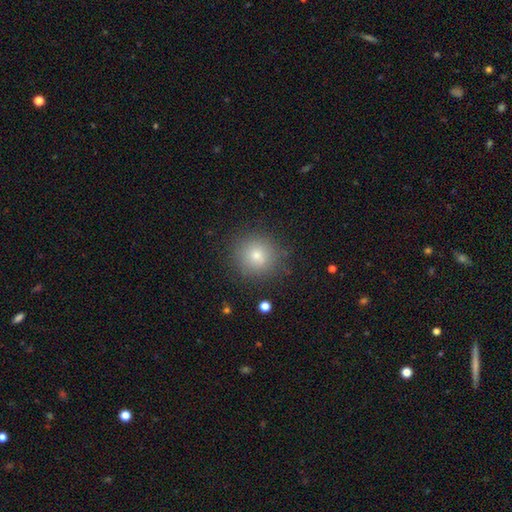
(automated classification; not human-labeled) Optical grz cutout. It shows a smooth galaxy with no disk features (75%) that is round (92%). Merging: none (88%).